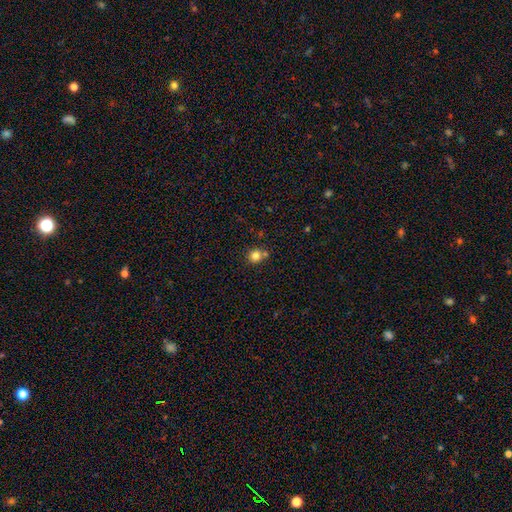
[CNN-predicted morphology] smooth_or_featured: smooth (p=0.81) [alt: star or artifact p=0.12]
how_rounded: round (p=0.90) [alt: in between p=0.09]
merging: none (p=0.66) [alt: merger p=0.21]